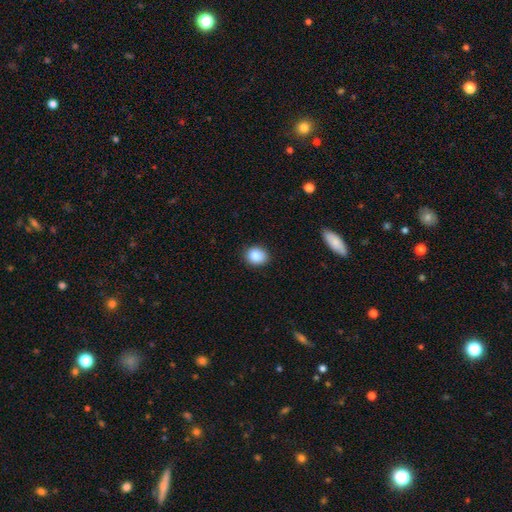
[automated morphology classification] smooth 86%, star or artifact 9%, featured or disk 5%. Down the decision tree: how rounded — round (62%); merging — none (86%).